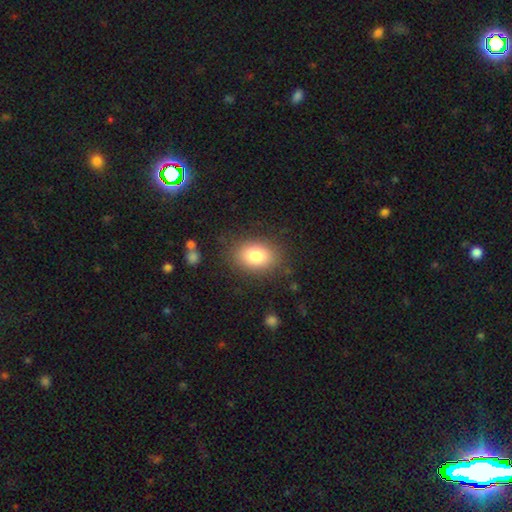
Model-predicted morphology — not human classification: This is clearly a smooth galaxy (81%). How rounded: likely in between (75%). Merging: clearly none (83%).